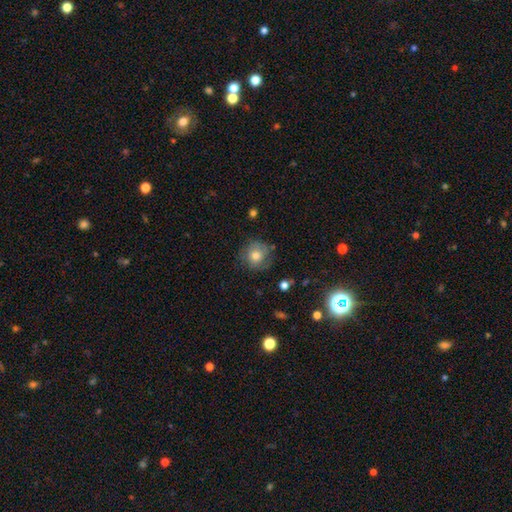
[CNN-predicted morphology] smooth_or_featured: smooth (p=0.65) [alt: featured or disk p=0.25]
how_rounded: round (p=0.88) [alt: in between p=0.11]
merging: none (p=0.68) [alt: minor disturbance p=0.21]